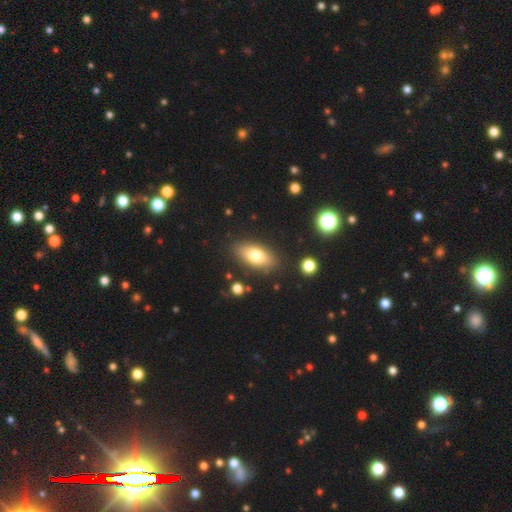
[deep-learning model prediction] The model was most divided on "smooth or featured": smooth: 73%, featured or disk: 19%, star or artifact: 8%. More confident: merging — none (86%); how rounded — in between (85%).